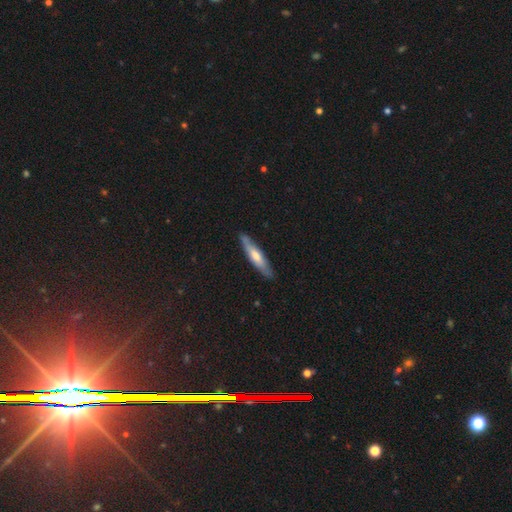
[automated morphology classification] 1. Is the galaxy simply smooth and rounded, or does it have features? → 48% featured or disk, 46% smooth, 6% star or artifact.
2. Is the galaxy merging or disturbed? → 86% none, 11% minor disturbance, 2% major disturbance, 1% merger.